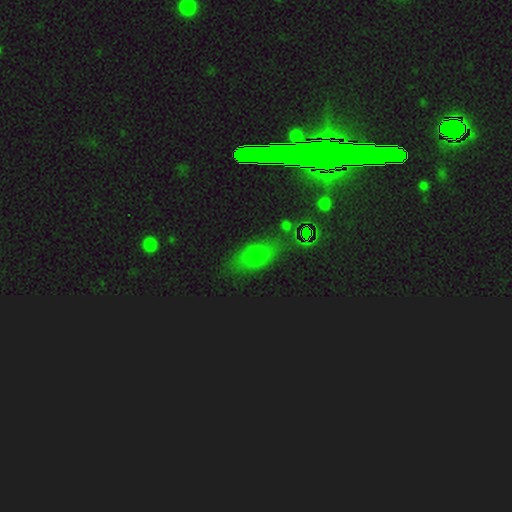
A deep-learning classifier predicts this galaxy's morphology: Overall: smooth (62%; star or artifact 24%). How rounded: in between (72%). Merging: none (70%).